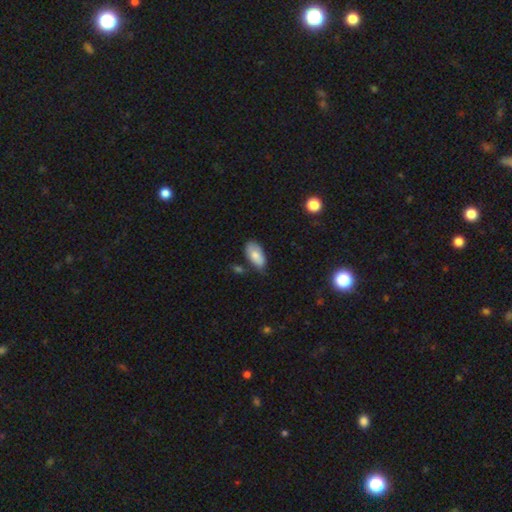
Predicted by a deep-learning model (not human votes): A smooth galaxy with no disk features (78%) that is in between round and cigar-shaped (94%).

Vote fractions:
- Smooth or featured? smooth: 78% / featured or disk: 15% / star or artifact: 7%
- How rounded? in between: 94% / round: 3% / cigar-shaped: 3%
- Merging? none: 60% / minor disturbance: 29% / merger: 5% / major disturbance: 5%